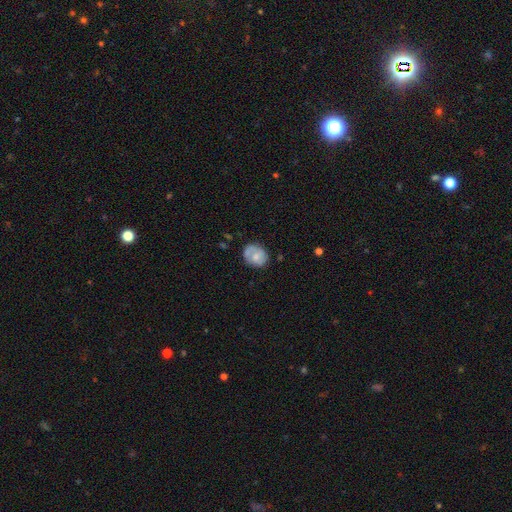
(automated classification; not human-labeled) smooth_or_featured: smooth (p=0.58) [alt: featured or disk p=0.35]
how_rounded: round (p=0.65) [alt: in between p=0.34]
merging: none (p=0.63) [alt: minor disturbance p=0.25]